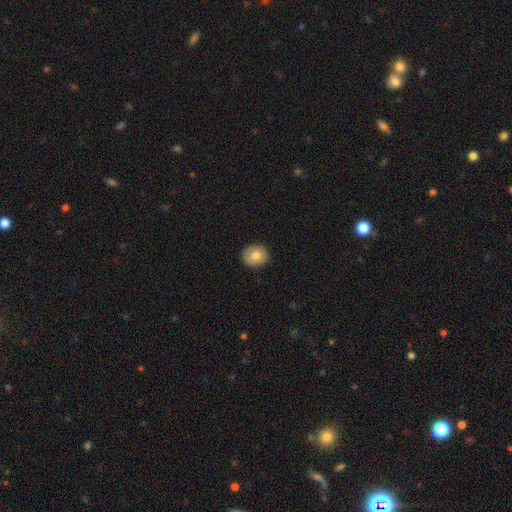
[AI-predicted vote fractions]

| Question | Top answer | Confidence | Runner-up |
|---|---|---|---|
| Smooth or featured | smooth | 75% | featured or disk (17%) |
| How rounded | round | 73% | in between (26%) |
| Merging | none | 86% | minor disturbance (11%) |